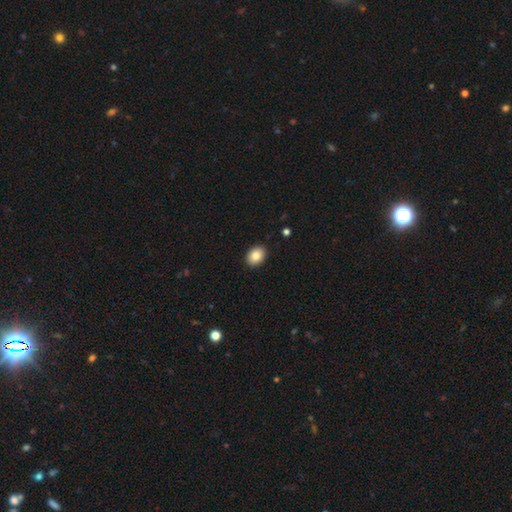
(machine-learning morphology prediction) A smooth galaxy with no disk features (84%) that is in between round and cigar-shaped (64%). Merging: none (91%).